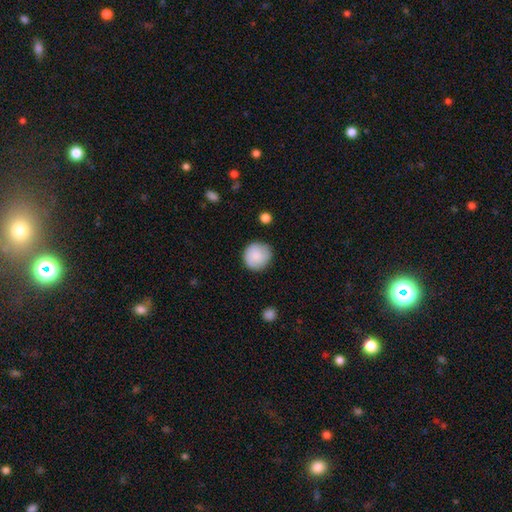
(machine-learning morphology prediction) Smooth or featured? smooth (86%)
How rounded? round (94%)
Merging? none (86%)